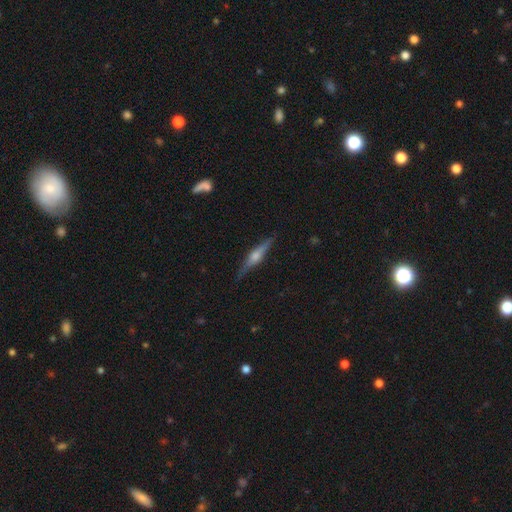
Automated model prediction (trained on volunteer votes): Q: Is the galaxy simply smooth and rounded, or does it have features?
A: featured or disk — 72%.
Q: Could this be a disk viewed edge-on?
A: yes — 97%.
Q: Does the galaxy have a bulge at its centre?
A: rounded — 85%.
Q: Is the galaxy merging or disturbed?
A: none — 87%.